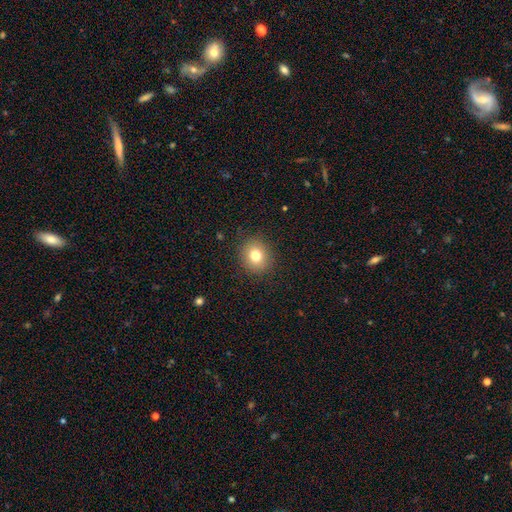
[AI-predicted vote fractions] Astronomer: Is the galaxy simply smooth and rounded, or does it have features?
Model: smooth — 78%.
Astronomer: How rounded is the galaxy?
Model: round — 79%.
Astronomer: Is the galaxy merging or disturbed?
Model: none — 89%.